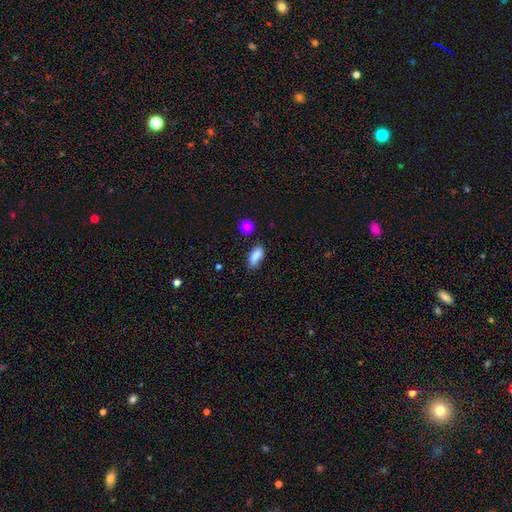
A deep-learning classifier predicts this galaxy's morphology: type=smooth (86%); roundness=in between (82%); merging=none (73%).